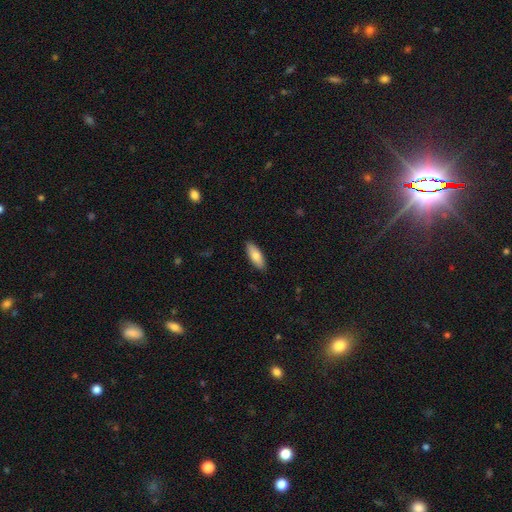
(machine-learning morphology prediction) A smooth galaxy with no disk features (80%) that is in between round and cigar-shaped (69%).

Vote fractions:
- Smooth or featured? smooth: 80% / featured or disk: 14% / star or artifact: 6%
- How rounded? in between: 69% / cigar-shaped: 30% / round: 2%
- Merging? none: 89% / minor disturbance: 8% / major disturbance: 2% / merger: 1%